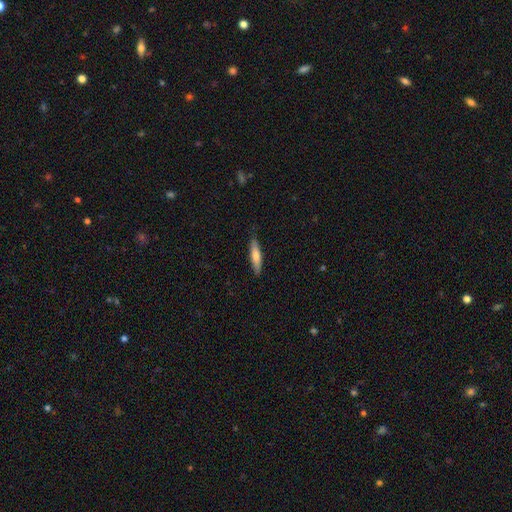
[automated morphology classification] This appears to be a smooth galaxy with no disk features (64%) that is cigar-shaped (84%). Merging: none (87%).